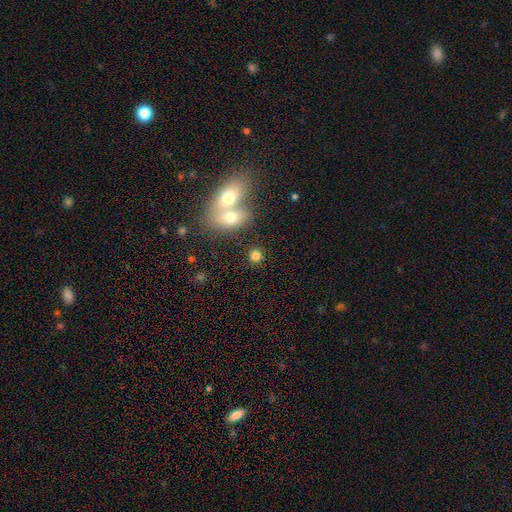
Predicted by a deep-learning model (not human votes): smooth 78%, star or artifact 13%, featured or disk 9%. Down the decision tree: how rounded — round (76%); merging — none (67%).